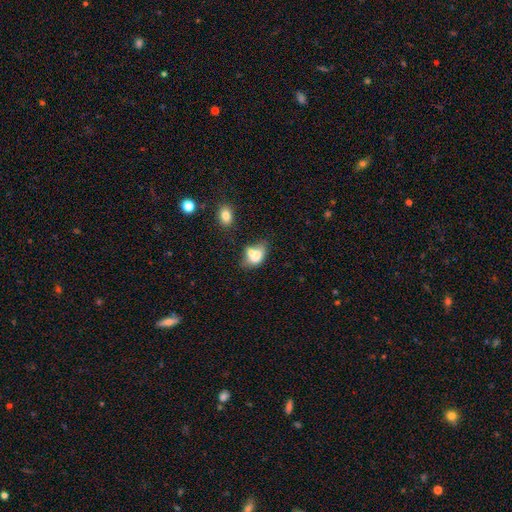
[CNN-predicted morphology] Smooth or featured: smooth — 69% (featured or disk — 21%)
How rounded: in between — 77% (round — 21%)
Merging: merger — 46% (none — 28%)